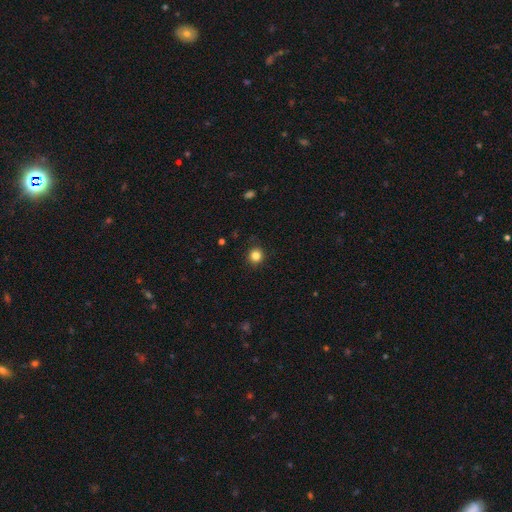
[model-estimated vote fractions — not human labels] This appears to be a smooth galaxy with no disk features (84%) that is round (92%). Merging: none (91%).